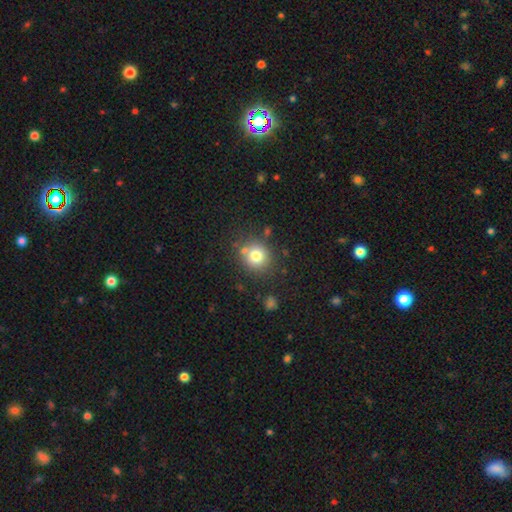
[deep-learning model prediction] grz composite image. It shows a smooth galaxy with no disk features (77%) that is round (88%). Merging: none (76%).